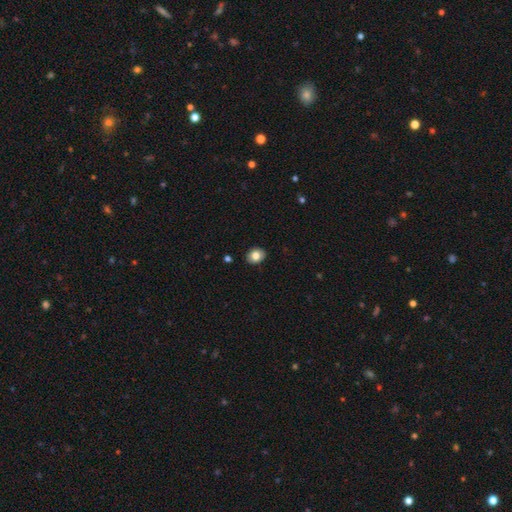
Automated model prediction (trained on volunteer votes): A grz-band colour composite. It shows a smooth galaxy with no disk features (79%) that is in between round and cigar-shaped (55%). Merging: none (88%).